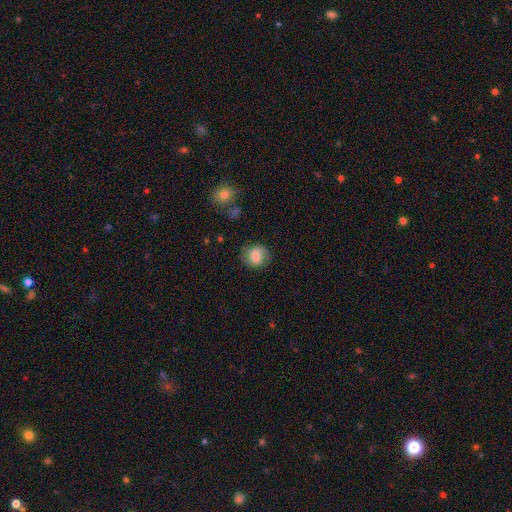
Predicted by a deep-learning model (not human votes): Morphology: type=smooth (70%); roundness=round (77%); merging=none (75%).